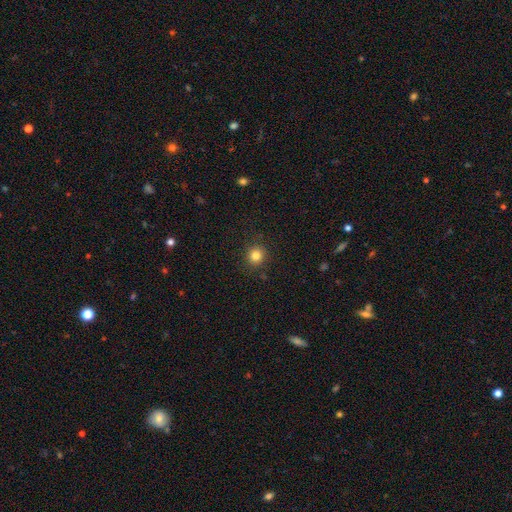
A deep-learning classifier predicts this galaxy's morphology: Smooth or featured? smooth (83%)
How rounded? round (88%)
Merging? none (89%)